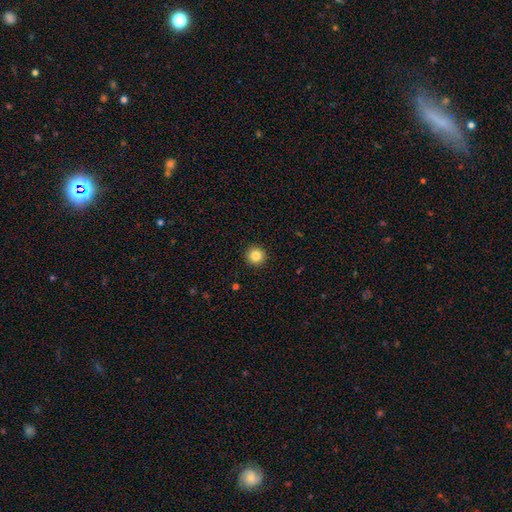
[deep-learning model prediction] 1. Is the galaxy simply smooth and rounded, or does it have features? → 84% smooth, 11% star or artifact, 5% featured or disk.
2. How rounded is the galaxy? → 95% round, 4% in between, 1% cigar-shaped.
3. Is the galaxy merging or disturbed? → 93% none, 4% minor disturbance, 1% major disturbance, 1% merger.